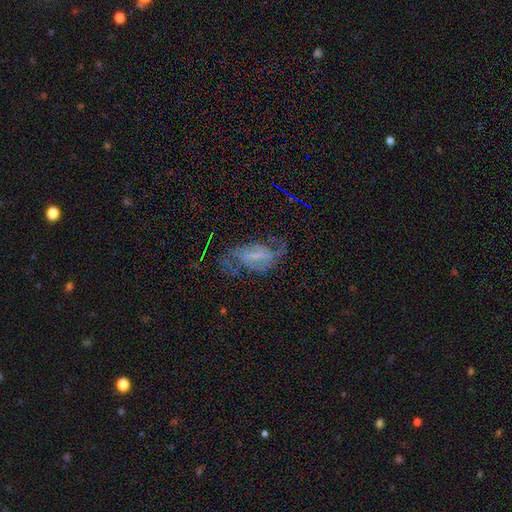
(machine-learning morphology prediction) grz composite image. It shows a featured or disk galaxy (72%) with a weak bar (48%), 2 (74%) medium (45%) spiral arms (86%) and a small central bulge (40%). Merging: none (50%).